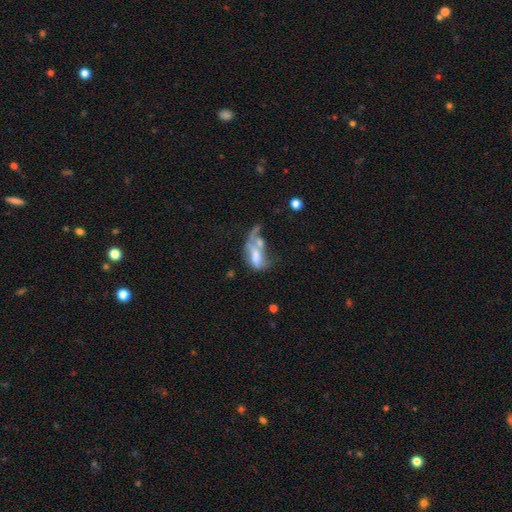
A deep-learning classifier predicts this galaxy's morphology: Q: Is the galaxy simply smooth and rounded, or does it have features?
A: smooth — 45%.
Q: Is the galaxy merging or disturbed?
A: merger — 43%.